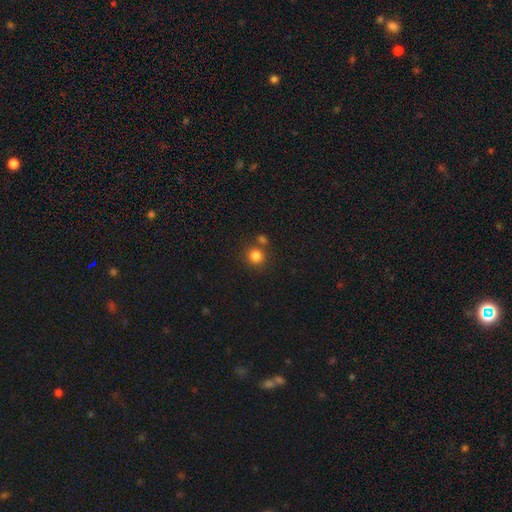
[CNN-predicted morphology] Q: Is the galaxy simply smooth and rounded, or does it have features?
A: smooth — 82%.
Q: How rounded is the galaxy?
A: round — 90%.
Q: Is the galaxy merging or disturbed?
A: none — 73%.